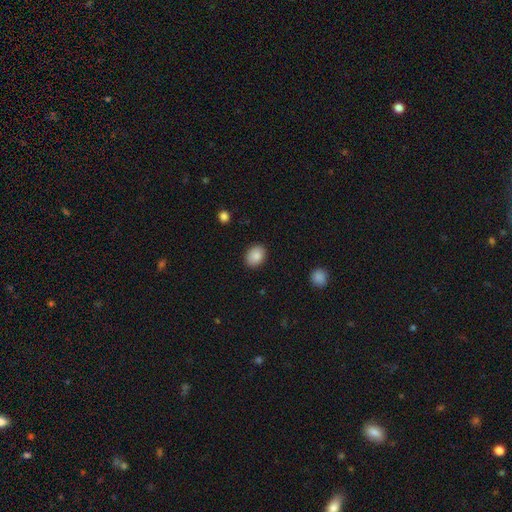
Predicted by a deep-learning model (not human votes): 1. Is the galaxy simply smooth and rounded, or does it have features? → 88% smooth, 8% star or artifact, 5% featured or disk.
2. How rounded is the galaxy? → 70% in between, 29% round, 1% cigar-shaped.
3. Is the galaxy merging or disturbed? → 89% none, 8% minor disturbance, 2% major disturbance, 1% merger.